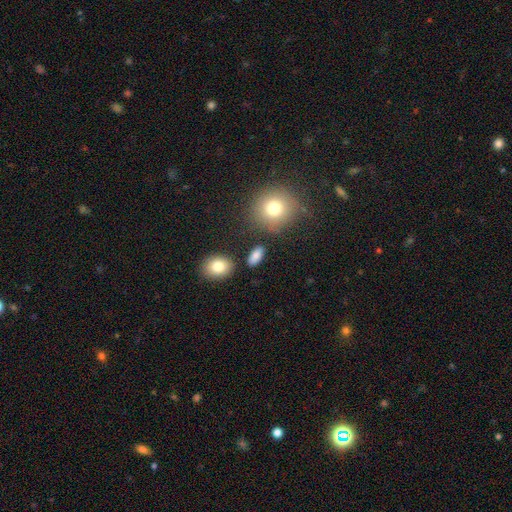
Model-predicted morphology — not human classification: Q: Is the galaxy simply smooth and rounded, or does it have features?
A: smooth — 83%.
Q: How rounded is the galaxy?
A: in between — 81%.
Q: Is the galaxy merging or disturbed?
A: none — 84%.